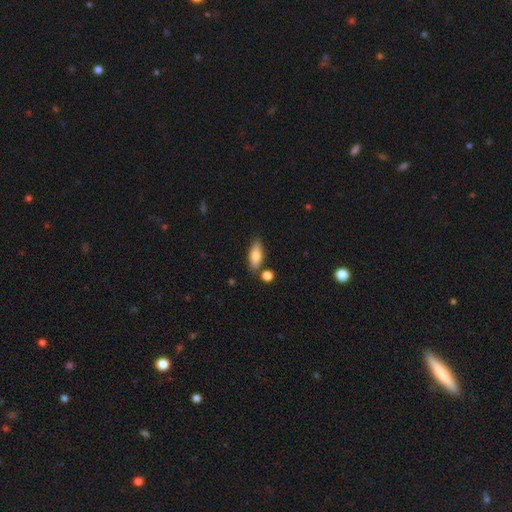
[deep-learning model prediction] A smooth galaxy with no disk features (77%) that is in between round and cigar-shaped (71%). Merging: none (76%).